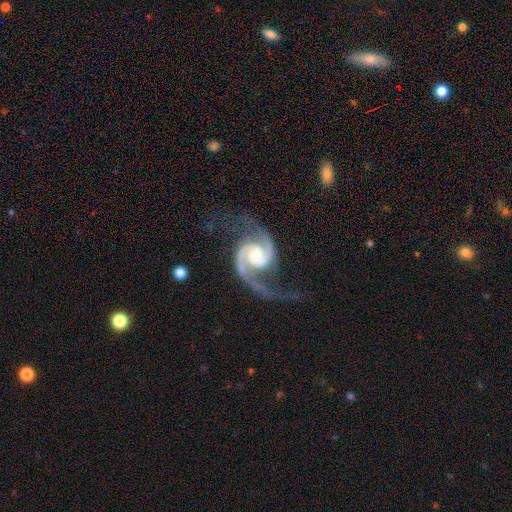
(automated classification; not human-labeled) smooth_or_featured: featured or disk (p=0.94) [alt: star or artifact p=0.04]
disk_edge_on: no (p=0.98) [alt: yes p=0.02]
bar: no (p=0.58) [alt: weak p=0.32]
has_spiral_arms: yes (p=0.99) [alt: no p=0.01]
spiral_winding: medium (p=0.53) [alt: loose p=0.30]
spiral_arm_count: 2 (p=0.93) [alt: 1 p=0.02]
bulge_size: moderate (p=0.52) [alt: small p=0.31]
merging: none (p=0.61) [alt: major disturbance p=0.20]